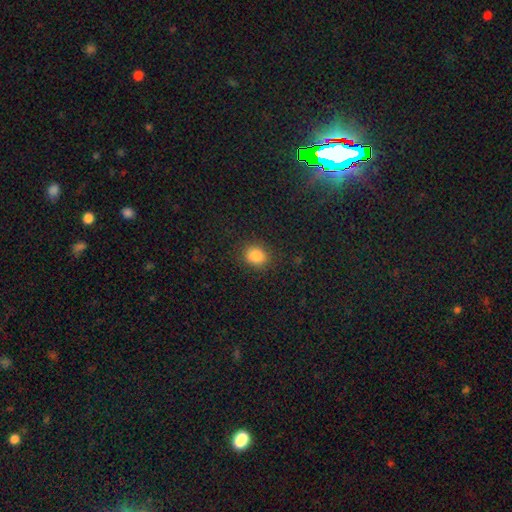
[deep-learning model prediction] smooth-or-featured: smooth: 85% | star or artifact: 11% | featured or disk: 4%
  how-rounded: round: 70% | in between: 29% | cigar-shaped: 1%
  merging: none: 87% | minor disturbance: 9% | major disturbance: 3% | merger: 1%